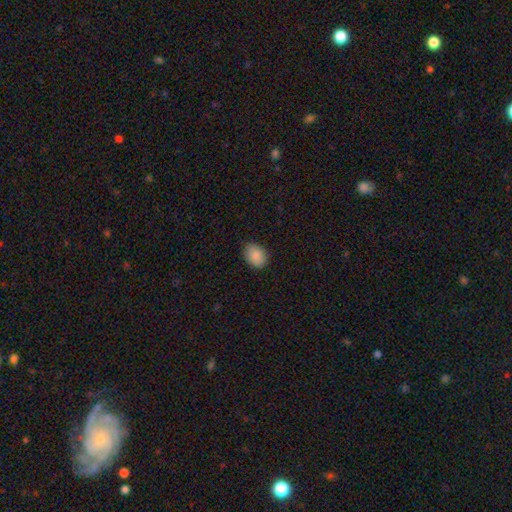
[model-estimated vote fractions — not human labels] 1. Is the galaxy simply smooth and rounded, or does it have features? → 88% smooth, 8% star or artifact, 5% featured or disk.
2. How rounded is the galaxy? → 70% in between, 29% round, 1% cigar-shaped.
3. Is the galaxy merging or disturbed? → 85% none, 12% minor disturbance, 2% major disturbance, 1% merger.